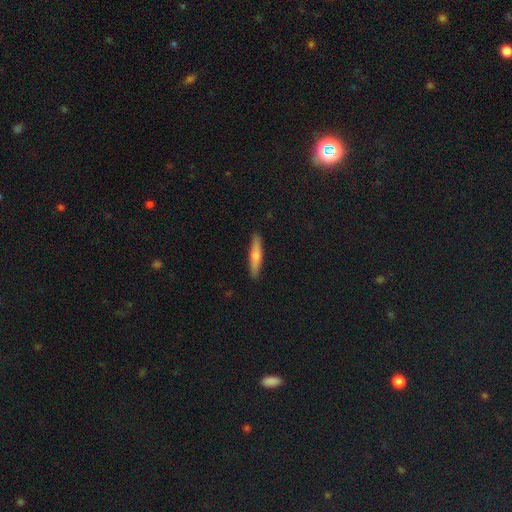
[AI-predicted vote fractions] Q: Smooth or featured?
A: smooth (64%); runner-up: featured or disk (30%)
Q: How rounded?
A: cigar-shaped (89%); runner-up: in between (9%)
Q: Merging?
A: none (91%); runner-up: minor disturbance (7%)